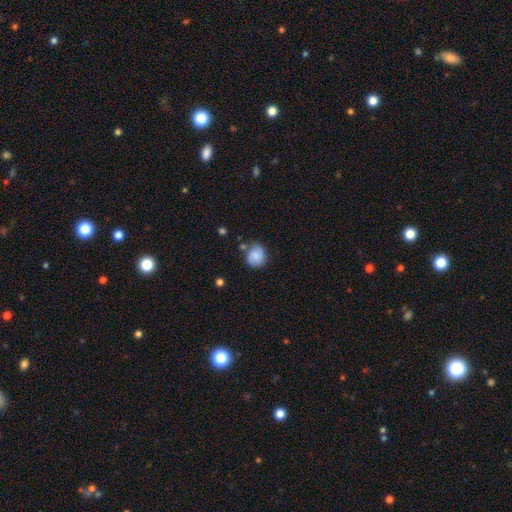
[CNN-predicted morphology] The model was most divided on "merging": none: 68%, minor disturbance: 20%, merger: 7%, major disturbance: 5%. More confident: how rounded — round (79%); smooth or featured — smooth (79%).